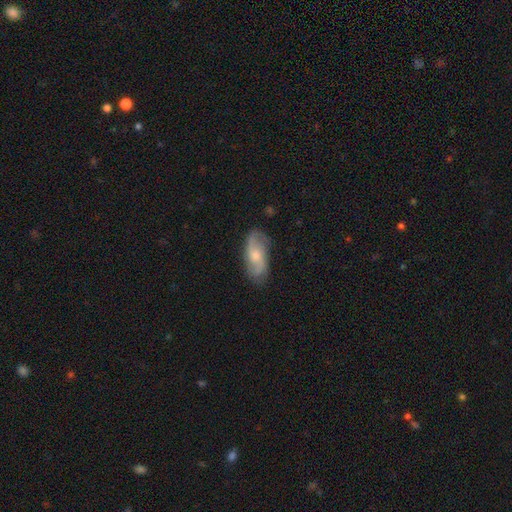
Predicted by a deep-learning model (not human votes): The model was most divided on "spiral winding": medium: 42%, loose: 36%, tight: 21%. More confident: edge-on disk — no (92%); spiral arms — yes (90%); spiral arm count — 2 (77%); merging — none (76%); smooth or featured — featured or disk (63%); bar — no (62%); bulge size — moderate (51%).